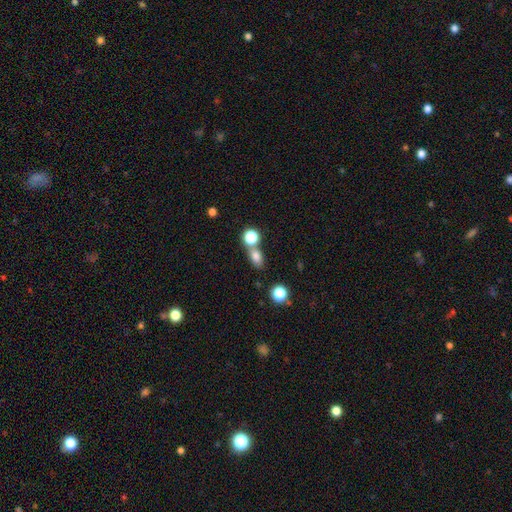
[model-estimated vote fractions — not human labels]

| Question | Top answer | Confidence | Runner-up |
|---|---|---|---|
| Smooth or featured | smooth | 77% | star or artifact (14%) |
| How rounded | in between | 64% | round (32%) |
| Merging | none | 53% | merger (33%) |